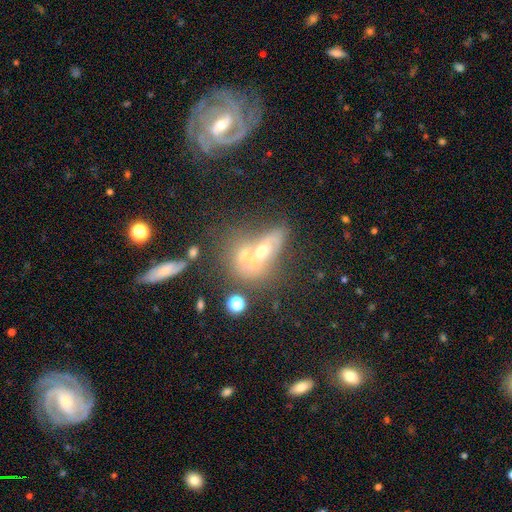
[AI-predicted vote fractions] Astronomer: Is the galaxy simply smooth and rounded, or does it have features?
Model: featured or disk — 47% (runner-up: smooth, 36%).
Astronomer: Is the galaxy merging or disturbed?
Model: merger — 57%.